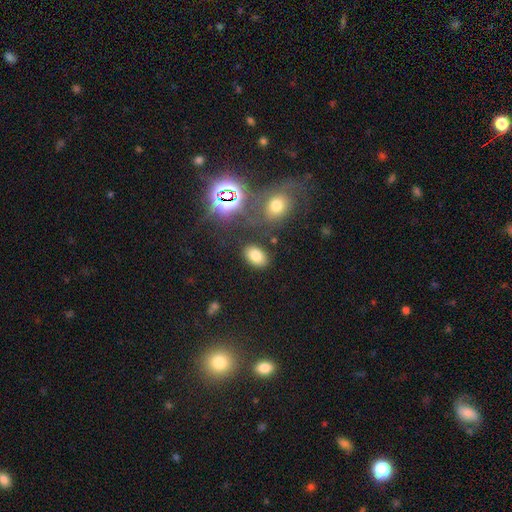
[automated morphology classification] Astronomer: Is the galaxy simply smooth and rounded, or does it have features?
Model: smooth — 75%.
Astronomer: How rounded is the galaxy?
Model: in between — 83%.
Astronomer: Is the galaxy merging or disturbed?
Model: none — 83%.